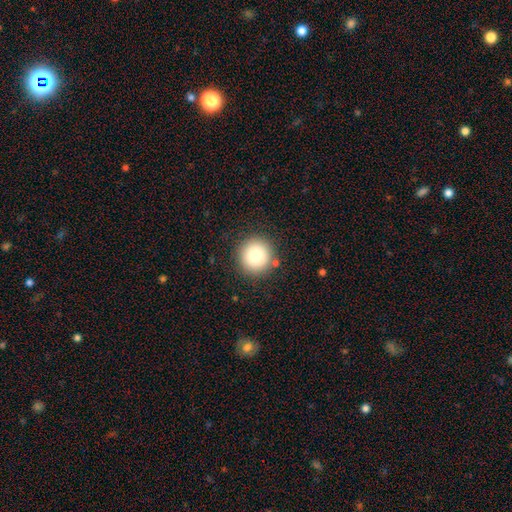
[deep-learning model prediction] Morphology: type=smooth (83%); roundness=round (94%); merging=none (88%).